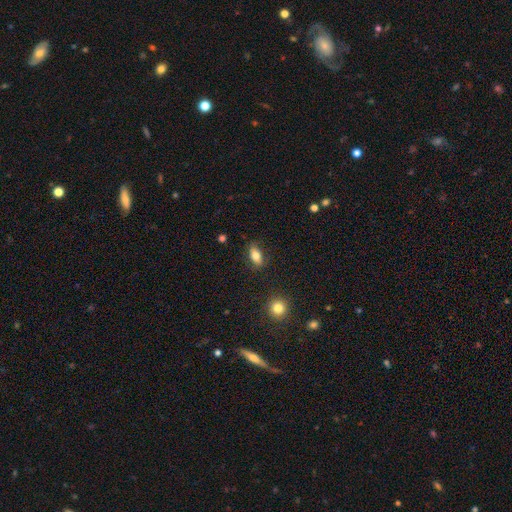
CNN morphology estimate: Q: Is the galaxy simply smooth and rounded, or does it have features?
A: smooth — 77%.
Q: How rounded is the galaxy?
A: in between — 86%.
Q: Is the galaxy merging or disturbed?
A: none — 84%.